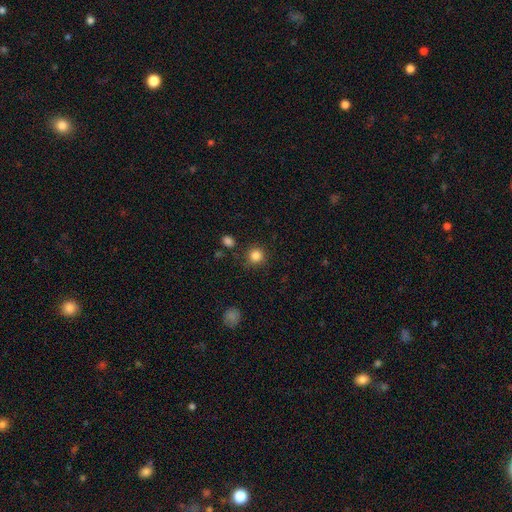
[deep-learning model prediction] A smooth galaxy with no disk features (85%) that is round (93%).

Vote fractions:
- Smooth or featured? smooth: 85% / star or artifact: 11% / featured or disk: 4%
- How rounded? round: 93% / in between: 6% / cigar-shaped: 1%
- Merging? none: 85% / minor disturbance: 9% / major disturbance: 3% / merger: 3%